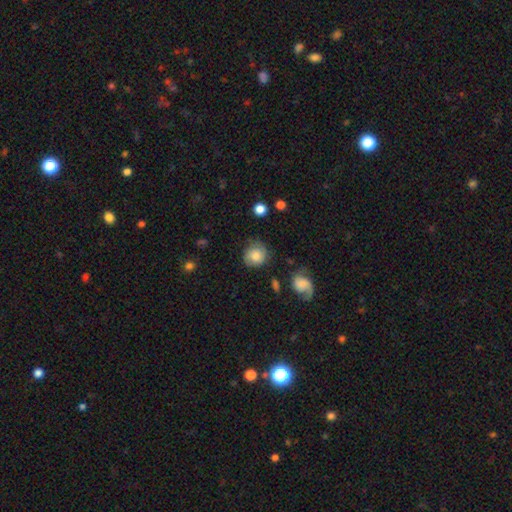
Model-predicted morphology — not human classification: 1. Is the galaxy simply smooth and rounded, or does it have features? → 68% smooth, 24% featured or disk, 8% star or artifact.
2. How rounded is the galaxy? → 83% round, 16% in between, 1% cigar-shaped.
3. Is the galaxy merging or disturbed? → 68% none, 22% minor disturbance, 8% major disturbance, 2% merger.